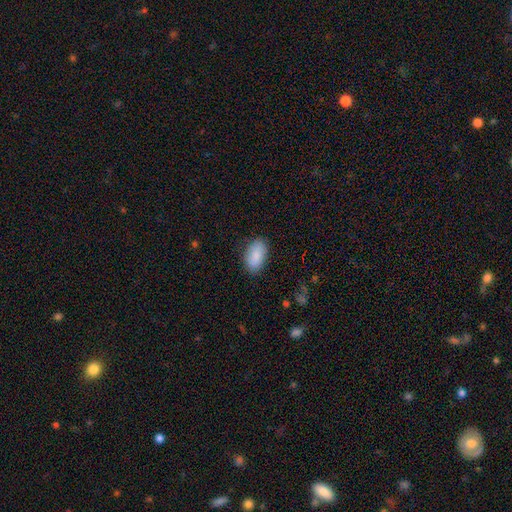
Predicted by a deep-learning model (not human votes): Morphology: type=smooth (88%); roundness=in between (94%); merging=none (84%).